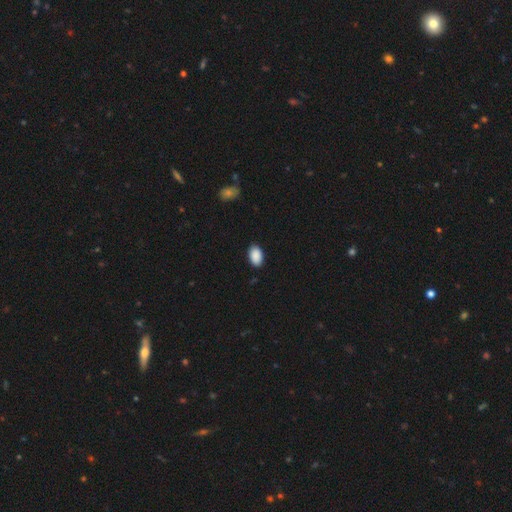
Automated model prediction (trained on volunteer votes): This appears to be a smooth galaxy with no disk features (91%) that is in between round and cigar-shaped (93%). Merging: none (88%).